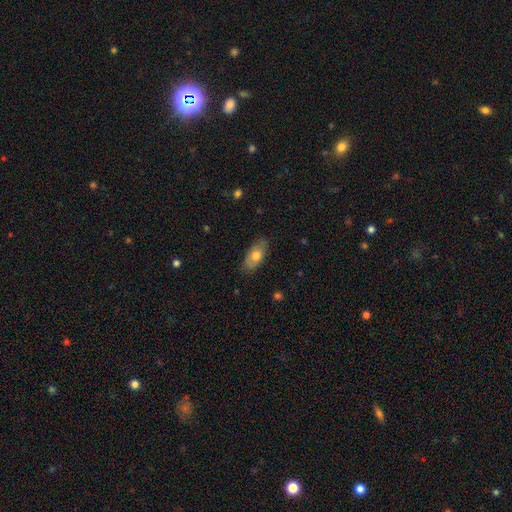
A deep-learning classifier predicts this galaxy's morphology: Smooth or featured?
  - smooth: 69% *
  - featured or disk: 25%
  - star or artifact: 6%
How rounded?
  - in between: 87% *
  - cigar-shaped: 9%
  - round: 4%
Merging?
  - none: 81% *
  - minor disturbance: 15%
  - major disturbance: 3%
  - merger: 1%